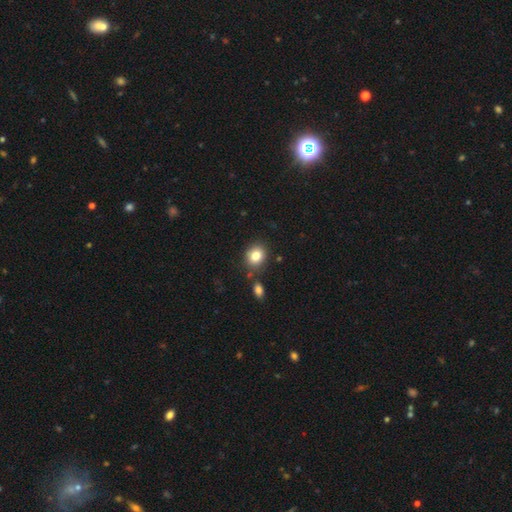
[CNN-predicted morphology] Q: Smooth or featured?
A: smooth (82%); runner-up: star or artifact (10%)
Q: How rounded?
A: round (69%); runner-up: in between (30%)
Q: Merging?
A: none (78%); runner-up: minor disturbance (11%)